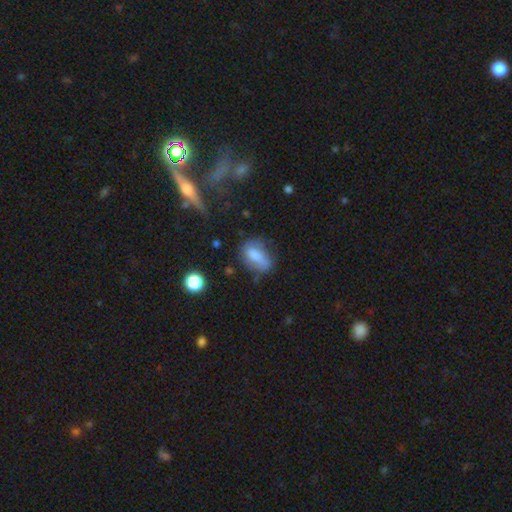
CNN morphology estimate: type=smooth (73%); roundness=in between (84%); merging=none (52%).